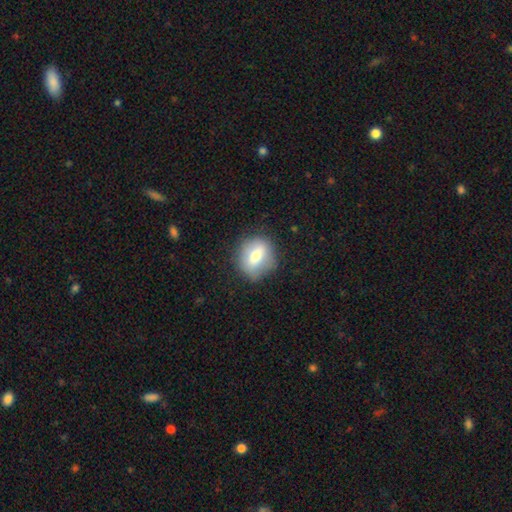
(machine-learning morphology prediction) smooth 62%, featured or disk 30%, star or artifact 8%. Down the decision tree: how rounded — round (68%); merging — none (79%).